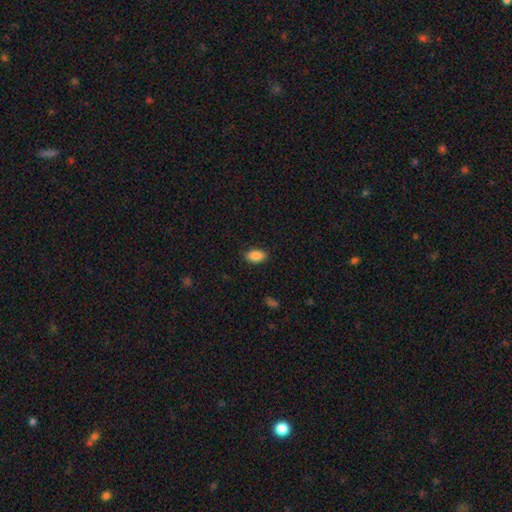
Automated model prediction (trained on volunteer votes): smooth_or_featured: smooth (p=0.86) [alt: star or artifact p=0.08]
how_rounded: in between (p=0.92) [alt: round p=0.06]
merging: none (p=0.88) [alt: minor disturbance p=0.09]